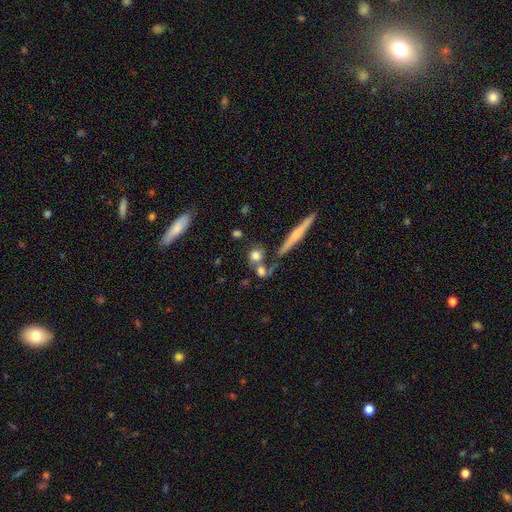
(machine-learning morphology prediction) type=smooth (74%); roundness=round (78%); merging=none (60%).